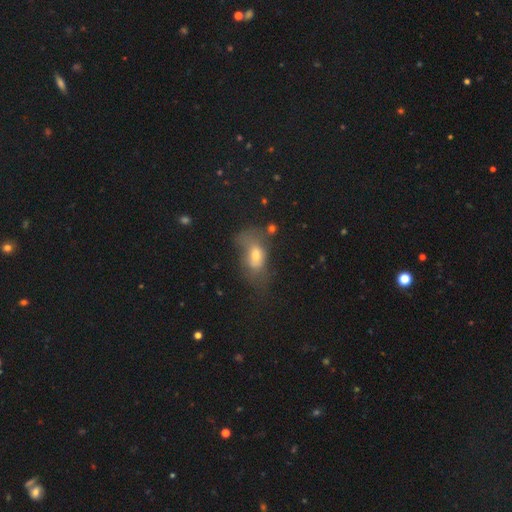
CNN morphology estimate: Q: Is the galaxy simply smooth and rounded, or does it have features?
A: smooth — 59%.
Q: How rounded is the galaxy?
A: in between — 83%.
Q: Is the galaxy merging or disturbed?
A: major disturbance — 34%.